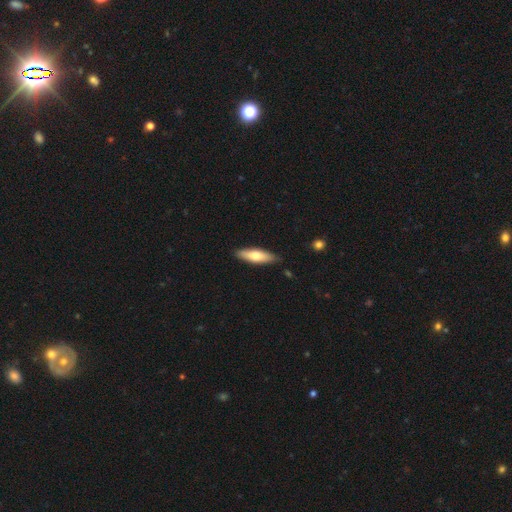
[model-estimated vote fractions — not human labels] smooth 65%, featured or disk 29%, star or artifact 5%. Down the decision tree: how rounded — cigar-shaped (58%); merging — none (86%).